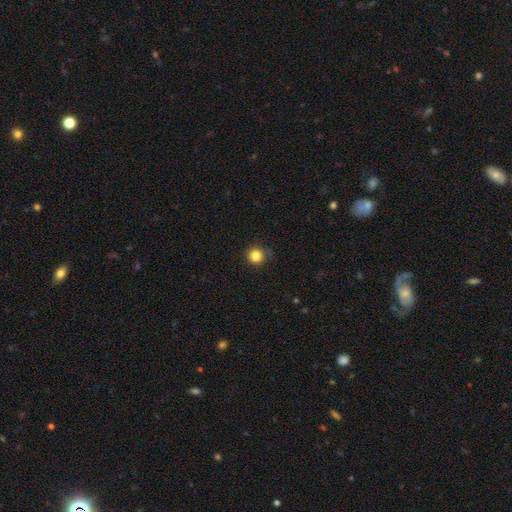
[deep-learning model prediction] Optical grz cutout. It shows a smooth galaxy with no disk features (83%) that is round (94%). Merging: none (86%).